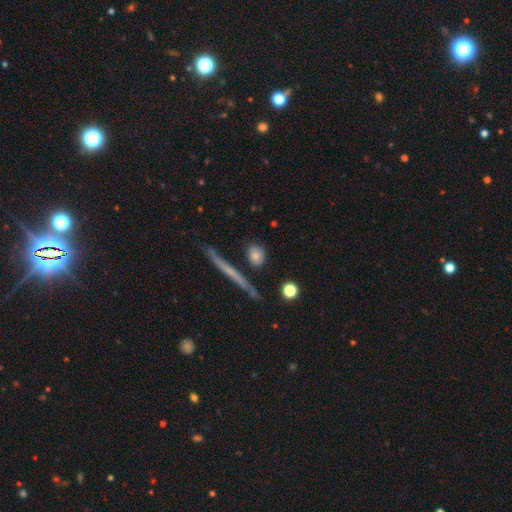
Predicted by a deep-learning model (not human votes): This is likely a smooth galaxy (79%). How rounded: likely round (60%). Merging: likely none (78%).